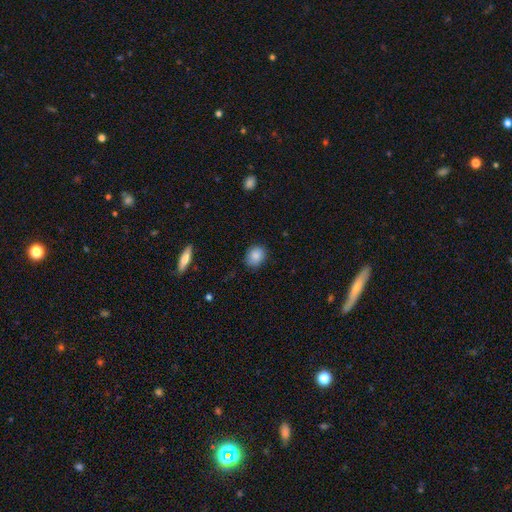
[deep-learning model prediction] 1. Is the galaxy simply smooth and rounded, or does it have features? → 86% smooth, 8% star or artifact, 6% featured or disk.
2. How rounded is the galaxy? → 50% round, 48% in between, 1% cigar-shaped.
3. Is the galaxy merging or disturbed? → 83% none, 13% minor disturbance, 3% major disturbance, 1% merger.